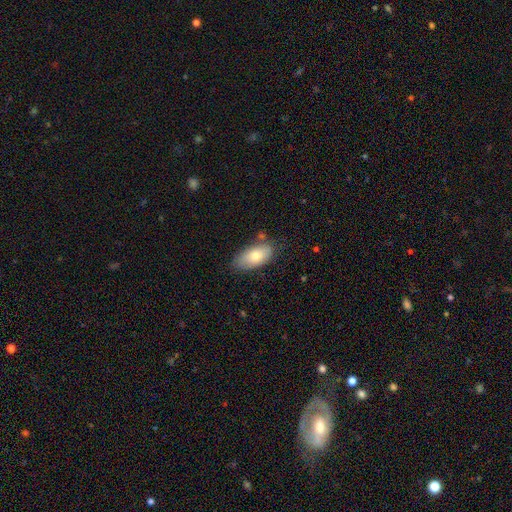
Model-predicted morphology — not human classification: A smooth galaxy with no disk features (77%) that is in between round and cigar-shaped (93%).

Vote fractions:
- Smooth or featured? smooth: 77% / featured or disk: 17% / star or artifact: 7%
- How rounded? in between: 93% / cigar-shaped: 4% / round: 3%
- Merging? none: 72% / minor disturbance: 20% / merger: 4% / major disturbance: 4%